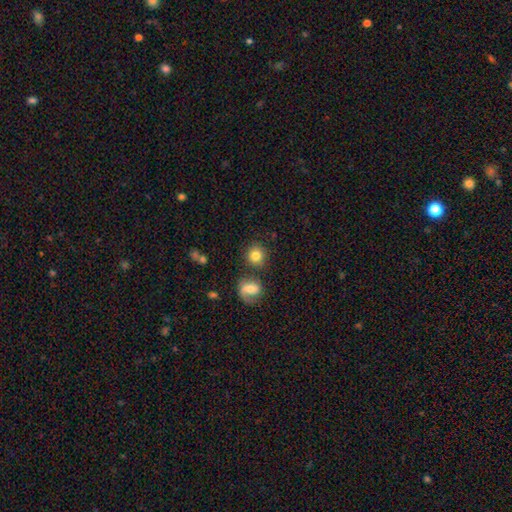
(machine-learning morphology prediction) Smooth or featured? Predicted: smooth (p=0.80). How rounded? Predicted: round (p=0.89). Merging? Predicted: none (p=0.78).